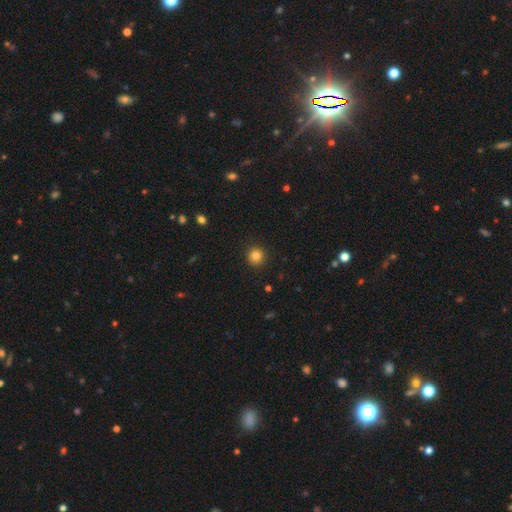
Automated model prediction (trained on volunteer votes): A smooth galaxy with no disk features (84%) that is round (94%). Merging: none (92%).